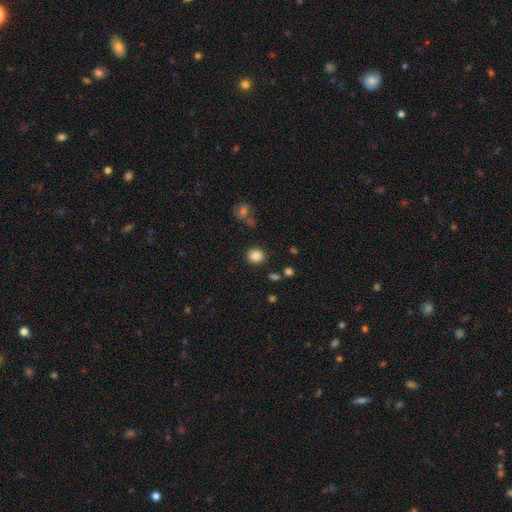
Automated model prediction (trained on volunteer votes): Q: Smooth or featured?
A: smooth (85%); runner-up: star or artifact (11%)
Q: How rounded?
A: round (82%); runner-up: in between (17%)
Q: Merging?
A: none (88%); runner-up: minor disturbance (7%)